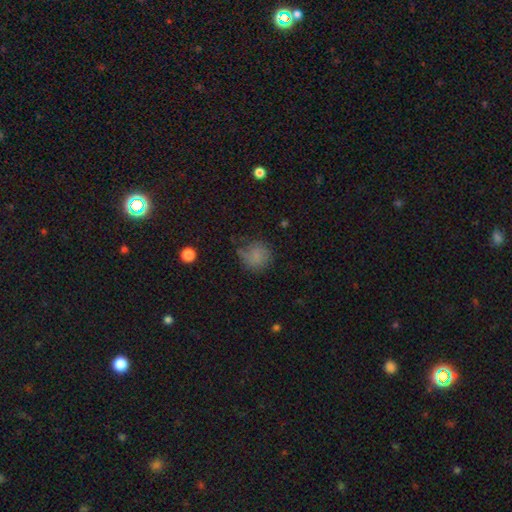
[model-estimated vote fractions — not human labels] Morphology: type=smooth (75%); roundness=round (81%); merging=none (53%).